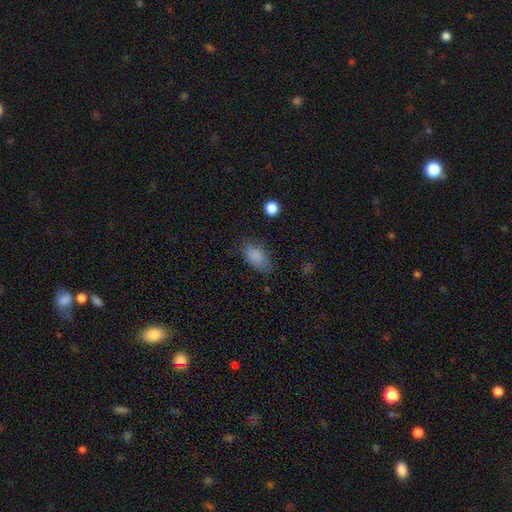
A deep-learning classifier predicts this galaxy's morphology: smooth 84%, star or artifact 9%, featured or disk 7%. Down the decision tree: how rounded — in between (90%); merging — none (70%).